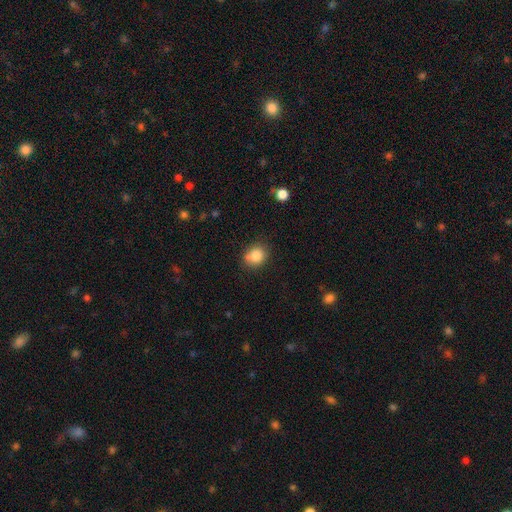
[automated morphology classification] A smooth galaxy with no disk features (83%) that is round (68%). Merging: none (69%).